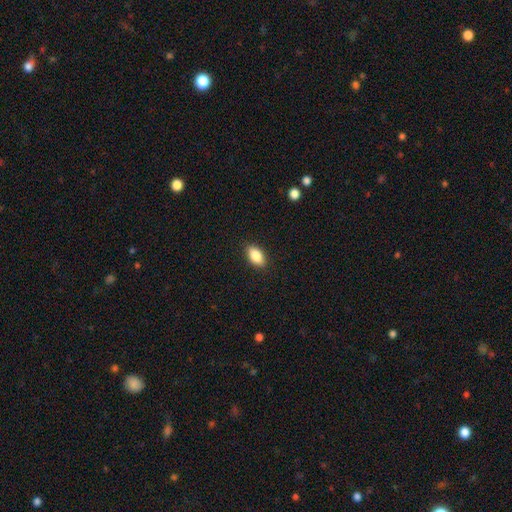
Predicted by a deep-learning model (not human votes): Smooth or featured?
  - smooth: 86% *
  - star or artifact: 7%
  - featured or disk: 6%
How rounded?
  - in between: 91% *
  - round: 6%
  - cigar-shaped: 2%
Merging?
  - none: 89% *
  - minor disturbance: 8%
  - major disturbance: 2%
  - merger: 1%